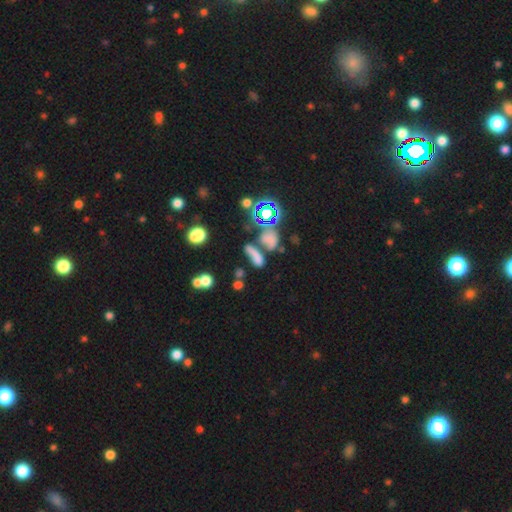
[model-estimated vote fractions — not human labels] This appears to be a smooth galaxy with no disk features (55%) that is in between round and cigar-shaped (51%). Merging: merger (44%).